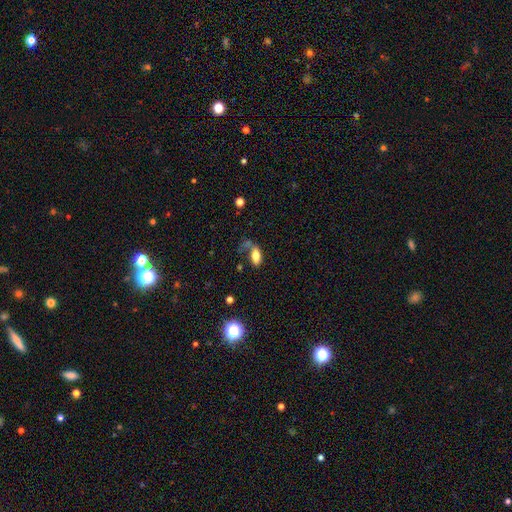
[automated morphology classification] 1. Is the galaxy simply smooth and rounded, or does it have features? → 72% smooth, 18% featured or disk, 9% star or artifact.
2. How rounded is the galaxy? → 85% in between, 10% cigar-shaped, 5% round.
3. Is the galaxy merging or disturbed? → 43% none, 22% major disturbance, 20% minor disturbance, 16% merger.